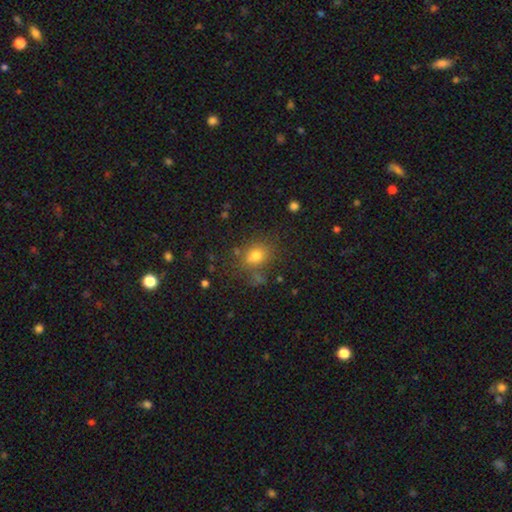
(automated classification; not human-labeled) This is likely a smooth galaxy (75%). How rounded: possibly round (54%). Merging: likely none (69%).